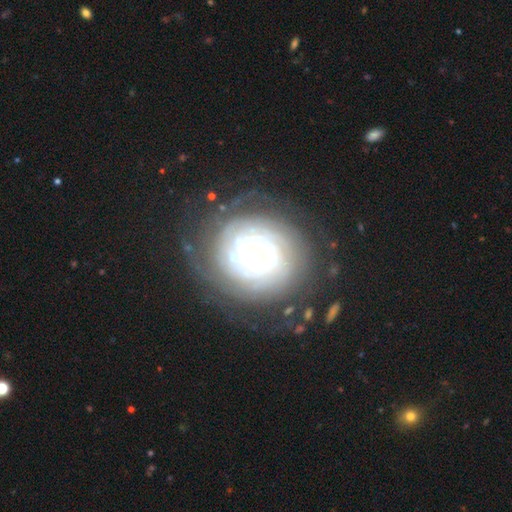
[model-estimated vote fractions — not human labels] This appears to be a featured or disk galaxy (84%) with no bar (77%), tight (83%) spiral arms (86%) and a moderate central bulge (61%). Merging: none (71%).